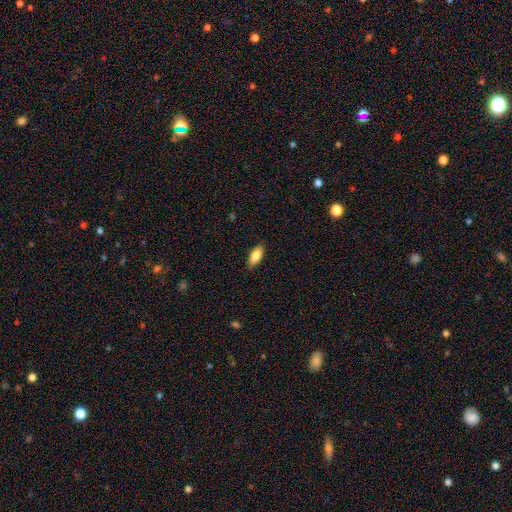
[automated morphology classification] Overall: smooth (82%). How rounded: in between (84%). Merging: none (86%).